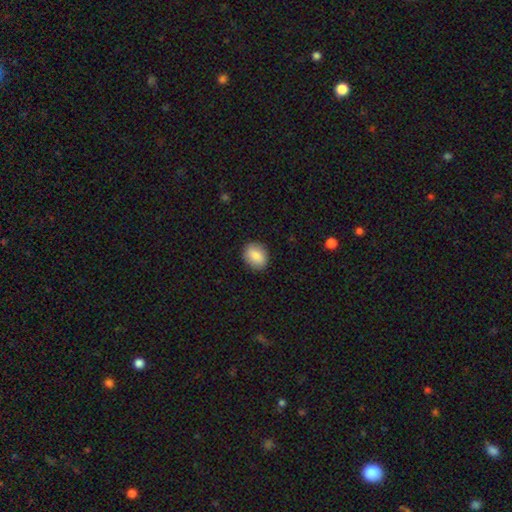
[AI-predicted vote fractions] This is clearly a smooth galaxy (85%). How rounded: possibly round (51%). Merging: clearly none (89%).